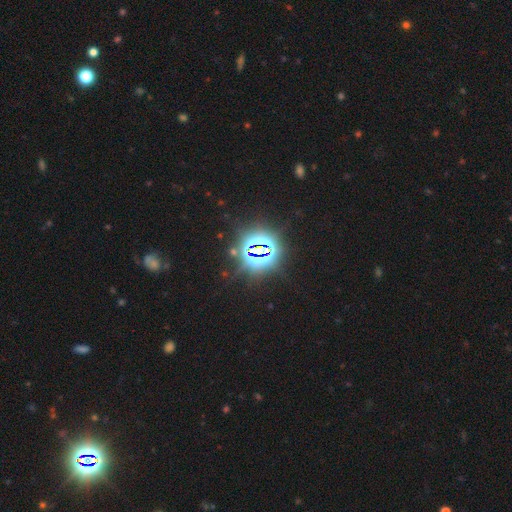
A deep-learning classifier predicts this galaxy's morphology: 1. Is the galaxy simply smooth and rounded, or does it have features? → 83% star or artifact, 10% smooth, 7% featured or disk.